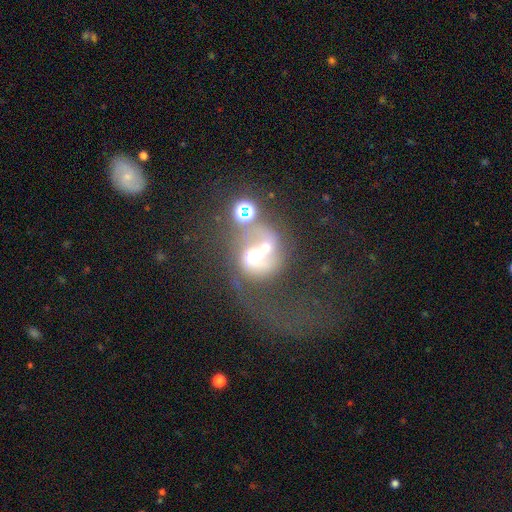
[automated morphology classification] A featured or disk galaxy (54%) with no bar (74%), spiral arms (57%) and a moderate central bulge (47%).

Vote fractions:
- Smooth or featured? featured or disk: 54% / smooth: 31% / star or artifact: 15%
- Edge-on disk? no: 96% / yes: 4%
- Bar? no: 74% / weak: 19% / strong: 6%
- Spiral arms? yes: 57% / no: 43%
- Bulge size? moderate: 47% / large: 19% / small: 17% / dominant: 9% / none: 8%
- Merging? merger: 58% / major disturbance: 24% / none: 12% / minor disturbance: 6%